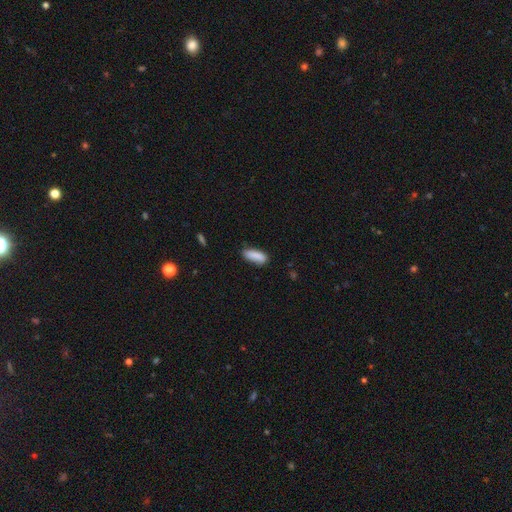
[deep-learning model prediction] A smooth galaxy with no disk features (88%) that is in between round and cigar-shaped (66%). Merging: none (75%).